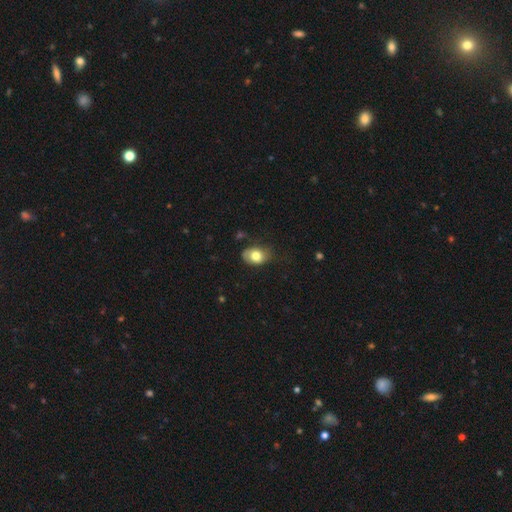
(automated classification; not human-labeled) Smooth or featured? Predicted: smooth (p=0.72). How rounded? Predicted: in between (p=0.72). Merging? Predicted: none (p=0.52).